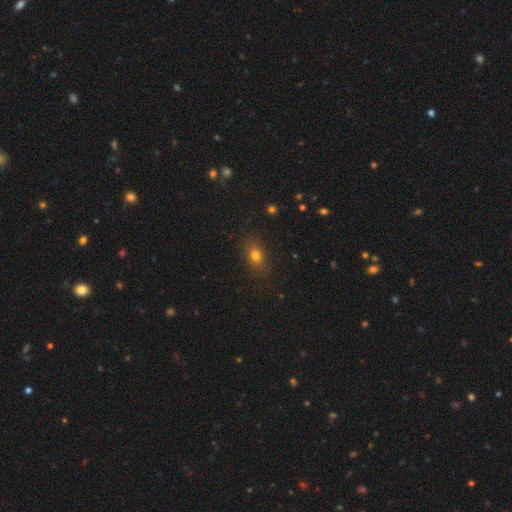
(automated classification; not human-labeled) Smooth or featured? Predicted: smooth (p=0.76). How rounded? Predicted: in between (p=0.58). Merging? Predicted: none (p=0.84).